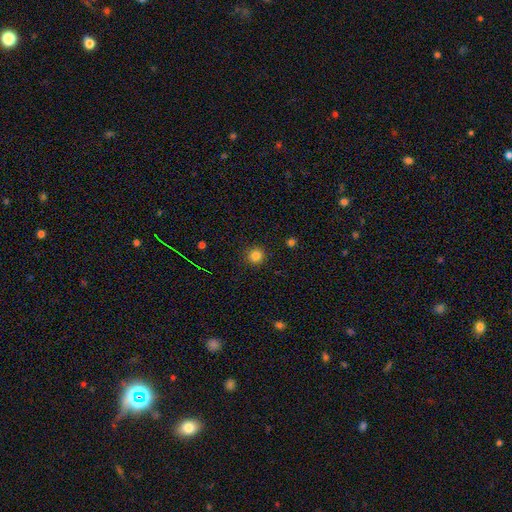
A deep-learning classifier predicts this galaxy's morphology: Smooth or featured? Predicted: smooth (p=0.82). How rounded? Predicted: round (p=0.92). Merging? Predicted: none (p=0.91).